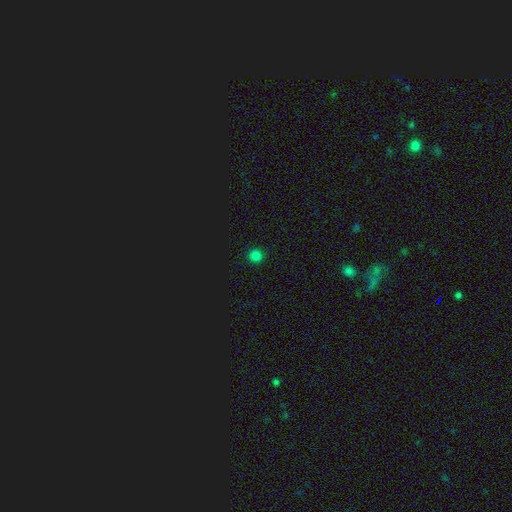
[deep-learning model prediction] smooth-or-featured: smooth: 79% | star or artifact: 18% | featured or disk: 3%
  how-rounded: round: 95% | in between: 4% | cigar-shaped: 1%
  merging: none: 92% | minor disturbance: 5% | major disturbance: 2% | merger: 1%